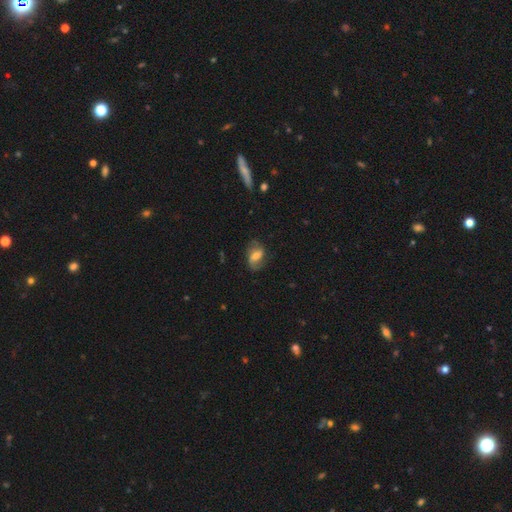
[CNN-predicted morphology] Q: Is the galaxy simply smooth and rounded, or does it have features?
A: featured or disk — 53%.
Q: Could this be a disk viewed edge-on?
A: no — 94%.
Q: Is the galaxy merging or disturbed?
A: none — 64%.